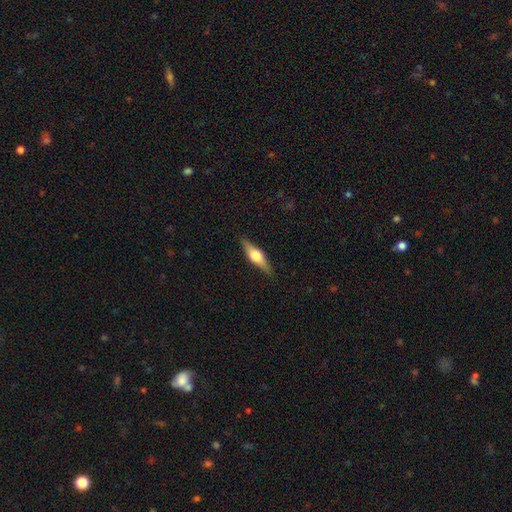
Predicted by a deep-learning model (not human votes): featured or disk 64%, smooth 30%, star or artifact 6%. Down the decision tree: edge-on disk — yes (96%); edge-on bulge — rounded (93%); merging — none (87%).